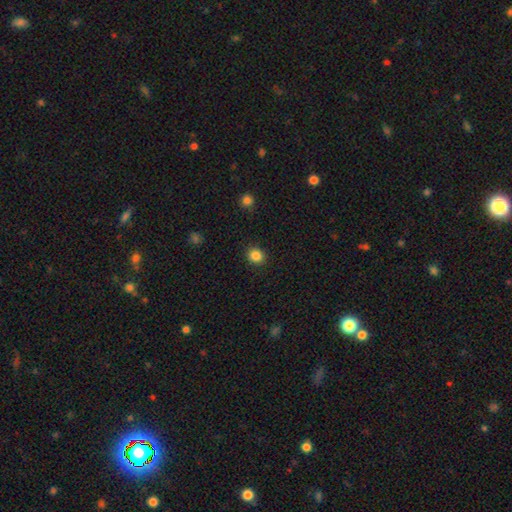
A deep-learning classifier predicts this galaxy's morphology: smooth_or_featured: smooth (p=0.85) [alt: star or artifact p=0.11]
how_rounded: round (p=0.83) [alt: in between p=0.16]
merging: none (p=0.91) [alt: minor disturbance p=0.06]